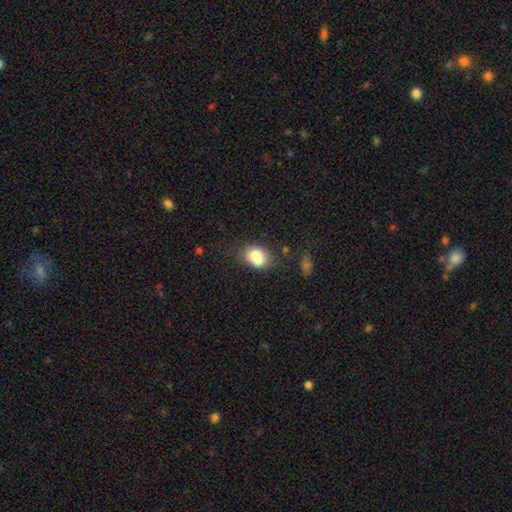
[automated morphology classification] Overall: smooth (74%). How rounded: in between (60%; round 39%). Merging: none (46%; merger 27%).